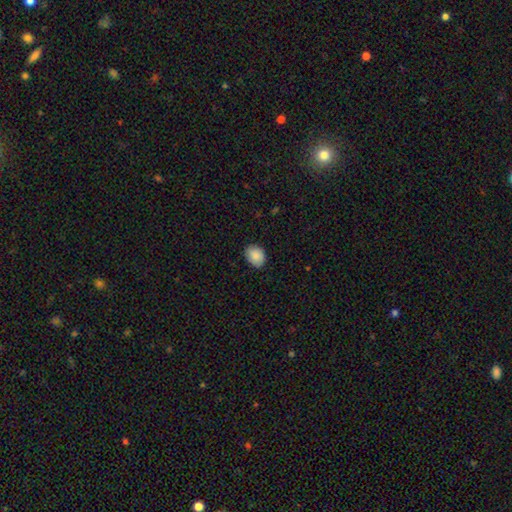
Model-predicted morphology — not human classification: A smooth galaxy with no disk features (88%) that is in between round and cigar-shaped (56%).

Vote fractions:
- Smooth or featured? smooth: 88% / star or artifact: 7% / featured or disk: 5%
- How rounded? in between: 56% / round: 43% / cigar-shaped: 1%
- Merging? none: 83% / minor disturbance: 14% / major disturbance: 2% / merger: 1%